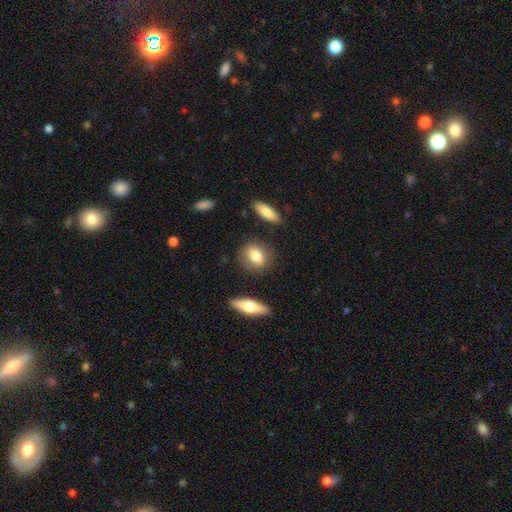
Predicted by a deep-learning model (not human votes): Smooth or featured? Predicted: smooth (p=0.78). How rounded? Predicted: in between (p=0.57). Merging? Predicted: none (p=0.84).